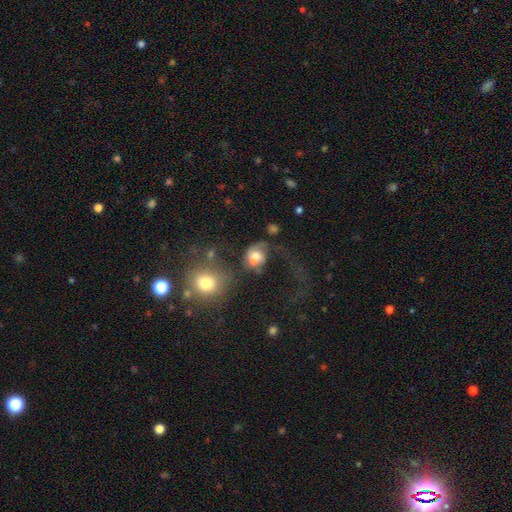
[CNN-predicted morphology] smooth 51%, featured or disk 38%, star or artifact 11%. Down the decision tree: how rounded — round (54%); merging — merger (44%).